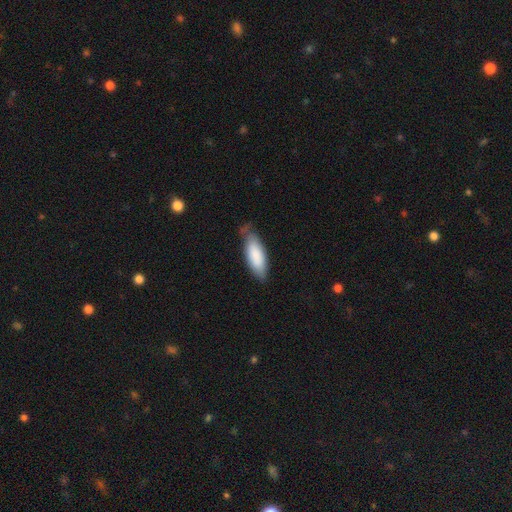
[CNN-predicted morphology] This is clearly a smooth galaxy (83%). How rounded: likely in between (72%). Merging: likely none (63%).